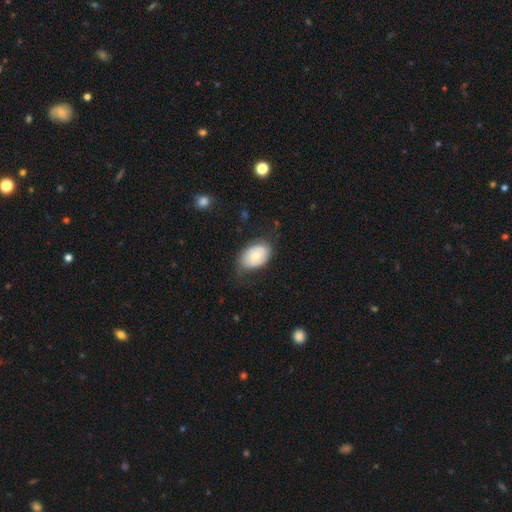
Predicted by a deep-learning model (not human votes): Smooth or featured?
  - smooth: 61% *
  - featured or disk: 32%
  - star or artifact: 7%
How rounded?
  - in between: 85% *
  - round: 14%
  - cigar-shaped: 1%
Merging?
  - none: 62% *
  - minor disturbance: 27%
  - major disturbance: 10%
  - merger: 1%